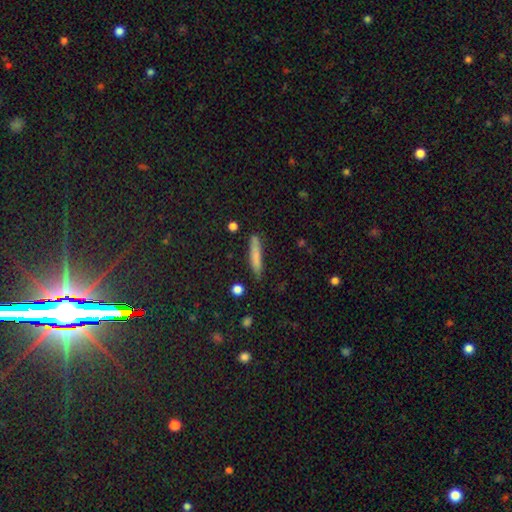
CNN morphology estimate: smooth-or-featured: smooth: 77% | featured or disk: 15% | star or artifact: 8%
  how-rounded: cigar-shaped: 91% | in between: 7% | round: 2%
  merging: none: 83% | minor disturbance: 12% | major disturbance: 2% | merger: 2%